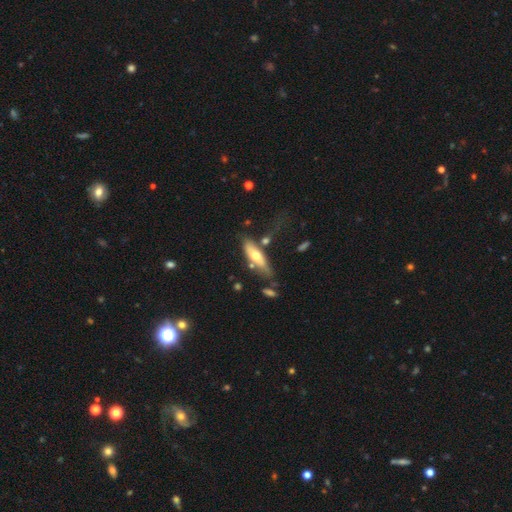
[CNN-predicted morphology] A smooth galaxy with no disk features (52%) that is cigar-shaped (49%, tied with in between). Merging: none (56%).